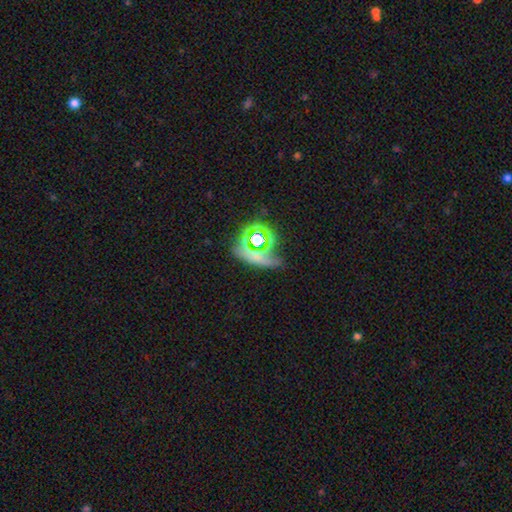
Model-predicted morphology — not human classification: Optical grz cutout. It shows a star or artifact, not a galaxy (44%).